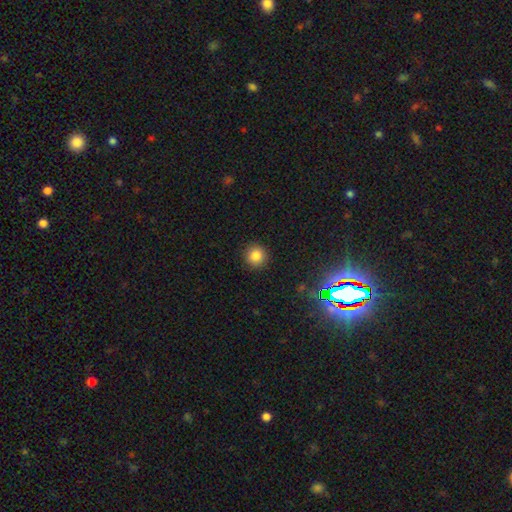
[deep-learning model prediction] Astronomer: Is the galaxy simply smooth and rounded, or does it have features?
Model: smooth — 84%.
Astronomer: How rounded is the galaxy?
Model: round — 94%.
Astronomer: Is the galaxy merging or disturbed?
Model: none — 92%.